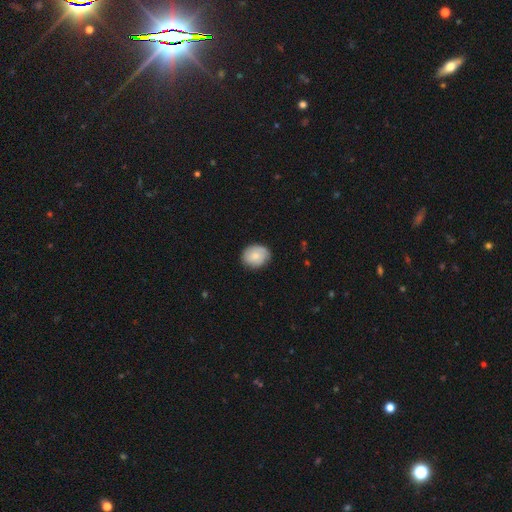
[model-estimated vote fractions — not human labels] smooth_or_featured: smooth (p=0.75) [alt: featured or disk p=0.18]
how_rounded: round (p=0.59) [alt: in between p=0.40]
merging: none (p=0.79) [alt: minor disturbance p=0.17]